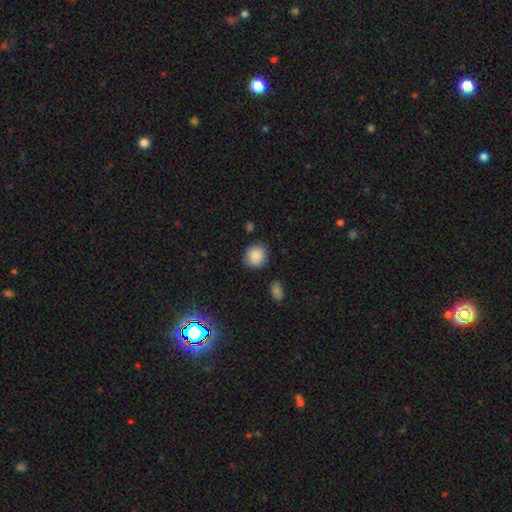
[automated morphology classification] Overall: smooth (88%). How rounded: round (84%). Merging: none (85%).